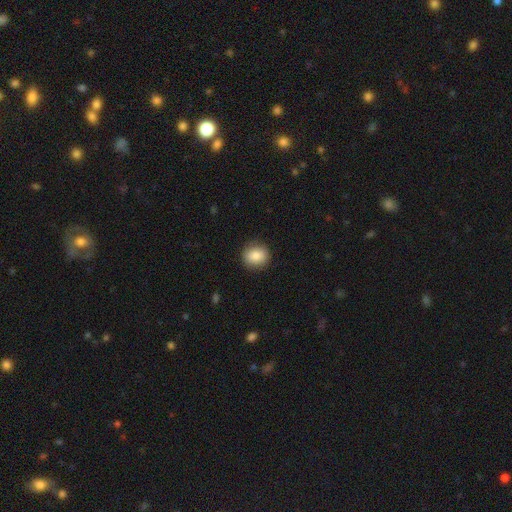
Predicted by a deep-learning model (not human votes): Overall: smooth (84%). How rounded: round (80%). Merging: none (87%).